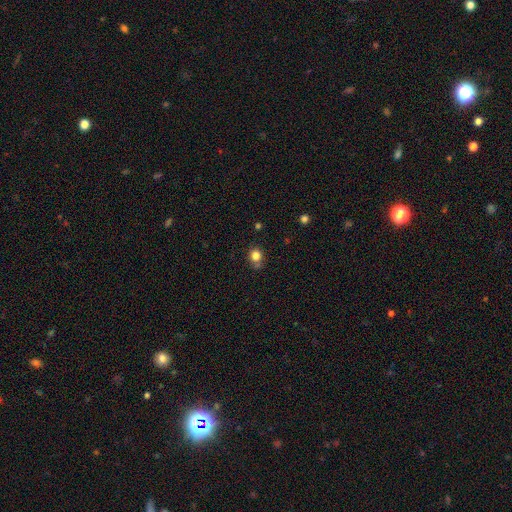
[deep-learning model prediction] The model was most divided on "merging": none: 67%, minor disturbance: 20%, merger: 8%, major disturbance: 5%. More confident: smooth or featured — smooth (81%); how rounded — round (78%).